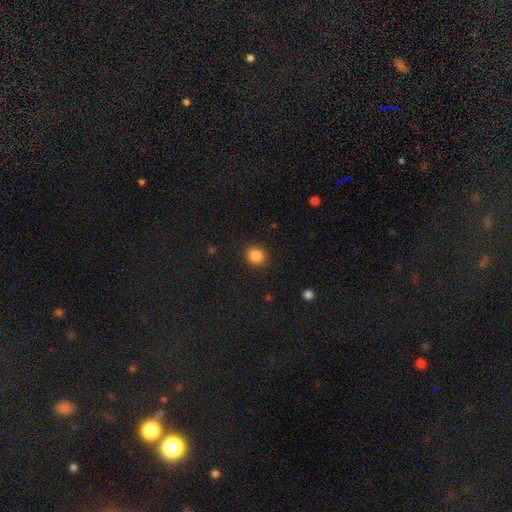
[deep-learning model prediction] Overall: smooth (85%). How rounded: round (81%). Merging: none (91%).